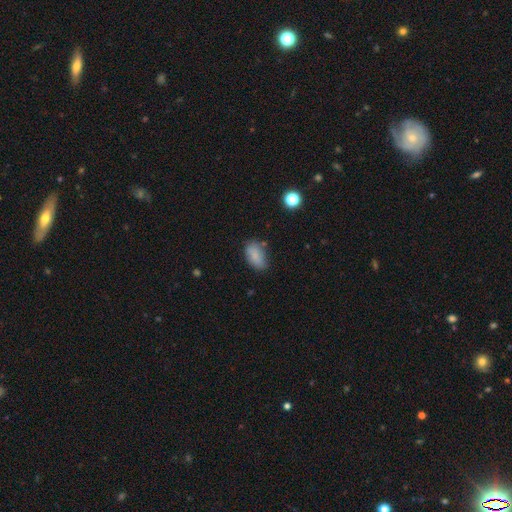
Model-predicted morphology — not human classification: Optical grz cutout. It shows a smooth galaxy with no disk features (83%) that is in between round and cigar-shaped (91%). Merging: none (69%).